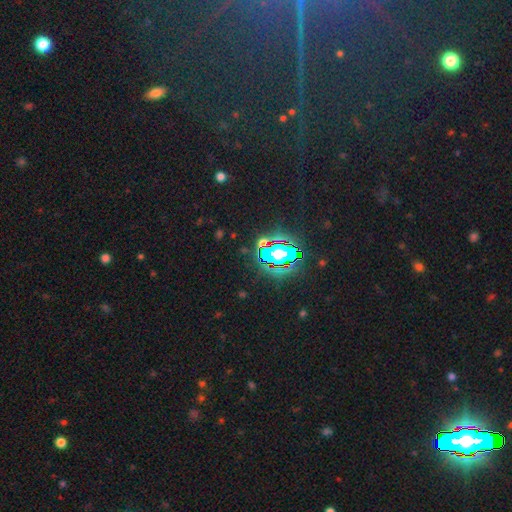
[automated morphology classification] star or artifact 82%, smooth 11%, featured or disk 8%.